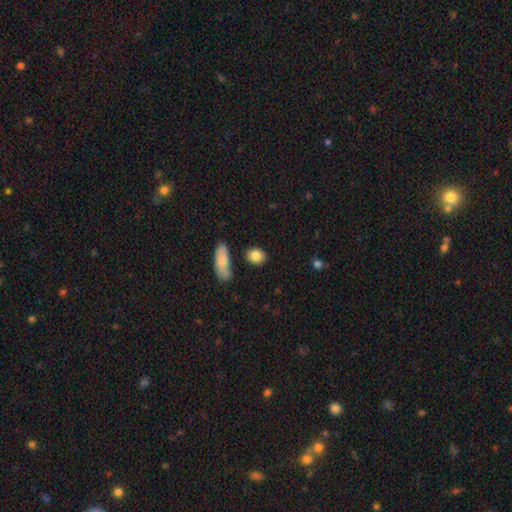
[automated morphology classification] Smooth or featured: smooth — 84% (star or artifact — 8%)
How rounded: in between — 53% (round — 43%)
Merging: none — 80% (minor disturbance — 11%)